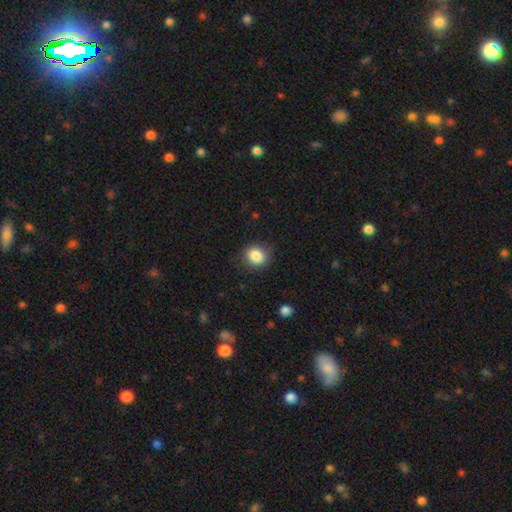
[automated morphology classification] Smooth or featured? Predicted: smooth (p=0.85). How rounded? Predicted: round (p=0.77). Merging? Predicted: none (p=0.84).